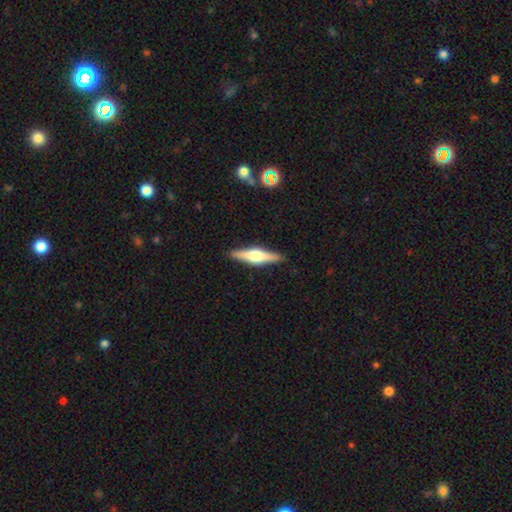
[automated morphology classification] Q: Smooth or featured?
A: featured or disk (65%); runner-up: smooth (30%)
Q: Edge-on disk?
A: yes (97%); runner-up: no (3%)
Q: Edge-on bulge?
A: rounded (90%); runner-up: boxy (8%)
Q: Merging?
A: none (90%); runner-up: minor disturbance (7%)